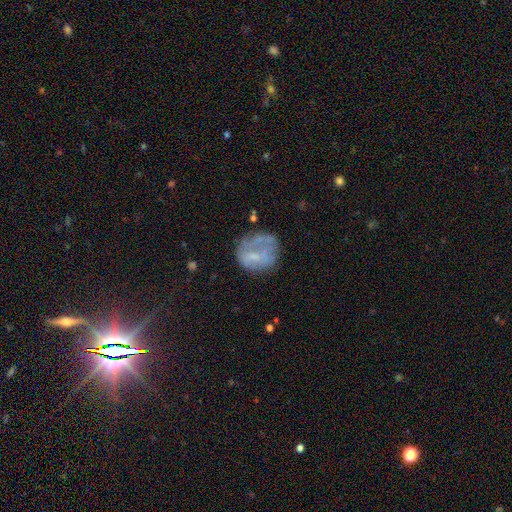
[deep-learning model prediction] Smooth or featured: smooth — 46% (featured or disk — 43%)
Merging: none — 50% (minor disturbance — 24%)